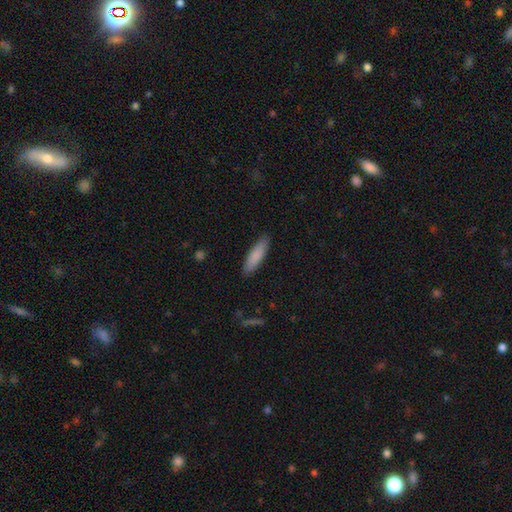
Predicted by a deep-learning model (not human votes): Morphology: type=smooth (85%); roundness=cigar-shaped (63%); merging=none (88%).